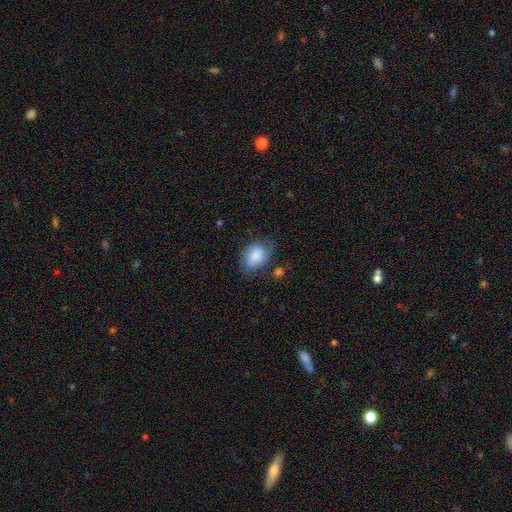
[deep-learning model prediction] smooth_or_featured: smooth (p=0.79) [alt: featured or disk p=0.13]
how_rounded: in between (p=0.80) [alt: round p=0.19]
merging: none (p=0.61) [alt: minor disturbance p=0.26]